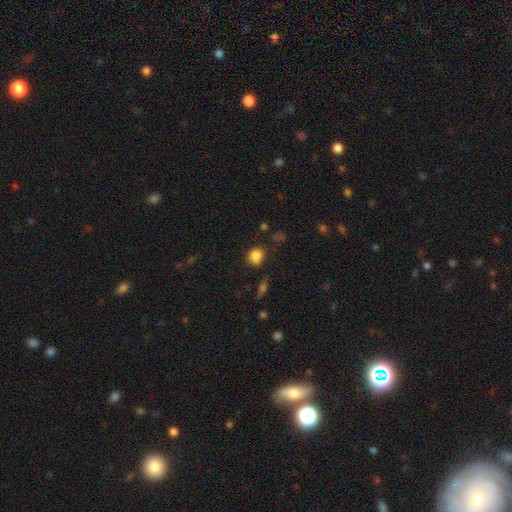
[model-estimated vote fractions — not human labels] Smooth or featured: smooth — 83% (star or artifact — 11%)
How rounded: round — 62% (in between — 37%)
Merging: none — 66% (minor disturbance — 23%)